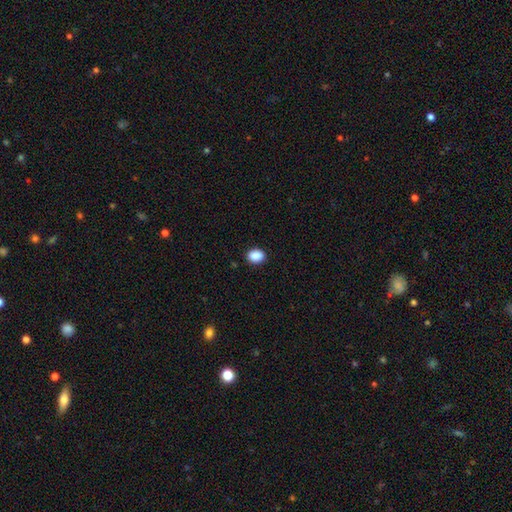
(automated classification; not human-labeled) Overall: smooth (89%). How rounded: in between (56%; round 43%). Merging: none (90%).